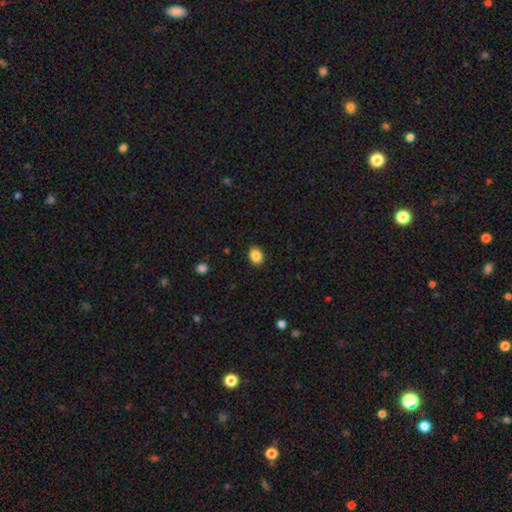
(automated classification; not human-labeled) Smooth or featured: smooth — 87% (star or artifact — 9%)
How rounded: in between — 59% (round — 41%)
Merging: none — 89% (minor disturbance — 8%)